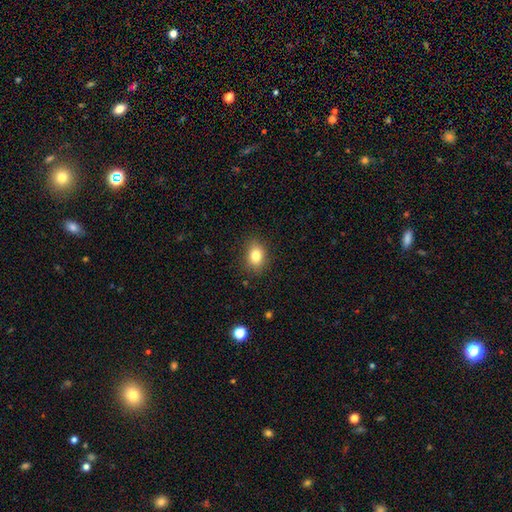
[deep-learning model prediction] This appears to be a smooth galaxy with no disk features (82%) that is in between round and cigar-shaped (69%). Merging: none (86%).